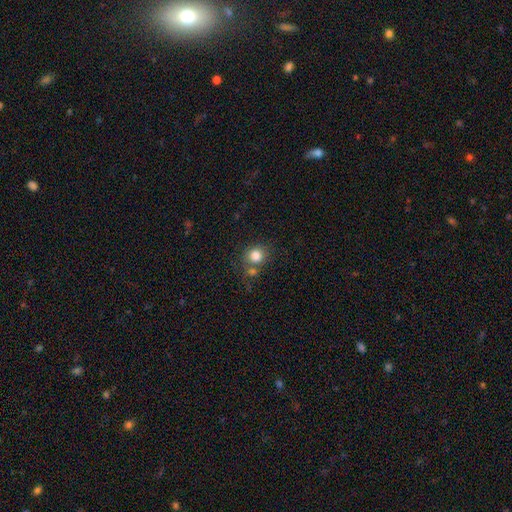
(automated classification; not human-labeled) smooth 82%, star or artifact 11%, featured or disk 7%. Down the decision tree: how rounded — round (81%); merging — none (61%).